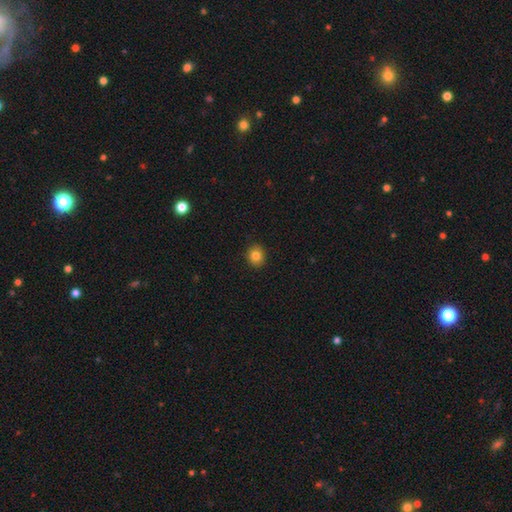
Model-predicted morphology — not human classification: Smooth or featured? Predicted: smooth (p=0.83). How rounded? Predicted: round (p=0.77). Merging? Predicted: none (p=0.91).